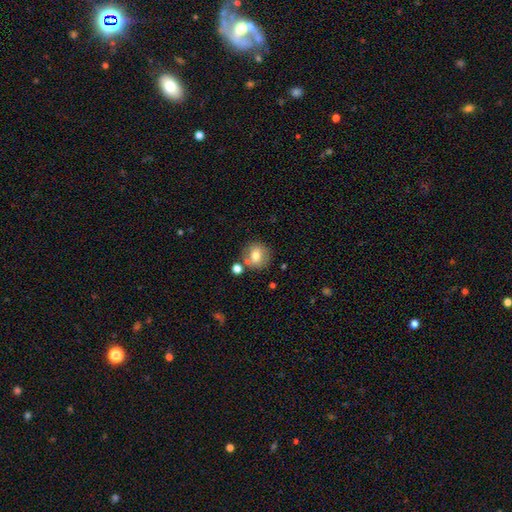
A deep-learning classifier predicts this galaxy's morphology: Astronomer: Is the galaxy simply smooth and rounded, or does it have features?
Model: smooth — 74%.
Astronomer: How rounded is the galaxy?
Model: round — 84%.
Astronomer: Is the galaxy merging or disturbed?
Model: none — 71%.